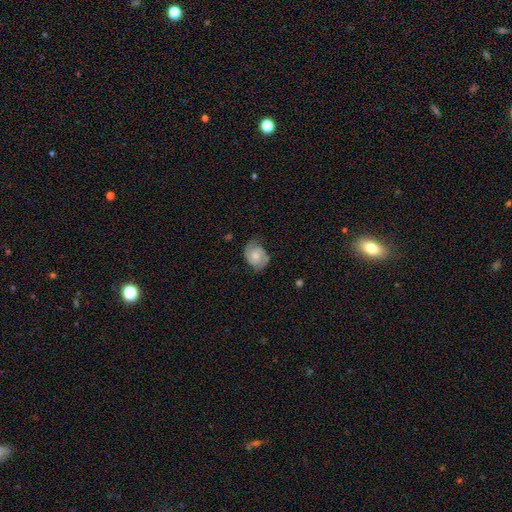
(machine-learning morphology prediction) This appears to be a featured or disk galaxy (59%) with no bar (68%), 2 (81%) medium (43%) spiral arms (89%) and a moderate central bulge (56%). Merging: none (64%).